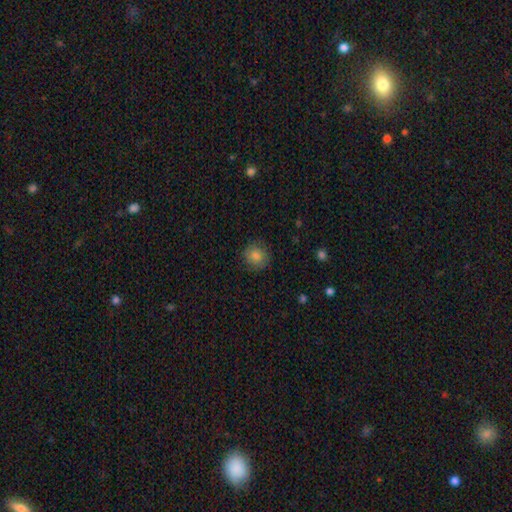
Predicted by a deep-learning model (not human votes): smooth 81%, star or artifact 10%, featured or disk 9%. Down the decision tree: how rounded — round (85%); merging — none (84%).